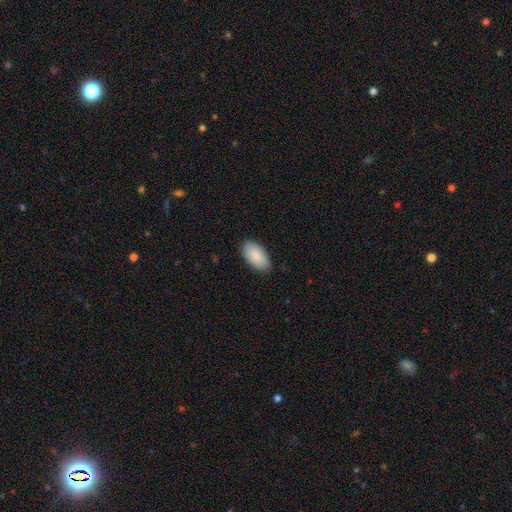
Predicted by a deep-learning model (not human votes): A smooth galaxy with no disk features (89%) that is in between round and cigar-shaped (96%).

Vote fractions:
- Smooth or featured? smooth: 89% / star or artifact: 6% / featured or disk: 5%
- How rounded? in between: 96% / round: 2% / cigar-shaped: 2%
- Merging? none: 86% / minor disturbance: 11% / major disturbance: 2% / merger: 1%